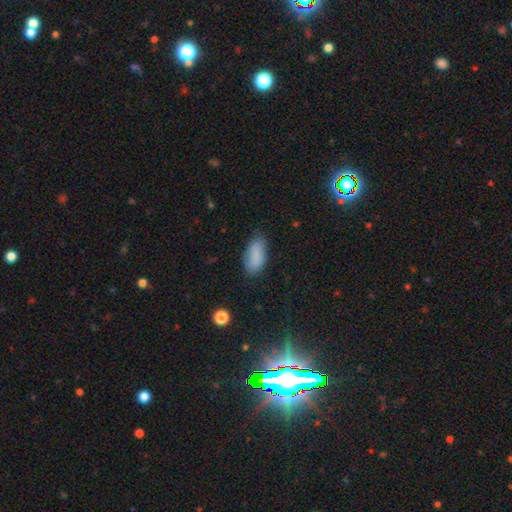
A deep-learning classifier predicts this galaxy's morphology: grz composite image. It shows a smooth galaxy with no disk features (84%) that is in between round and cigar-shaped (90%). Merging: none (73%).